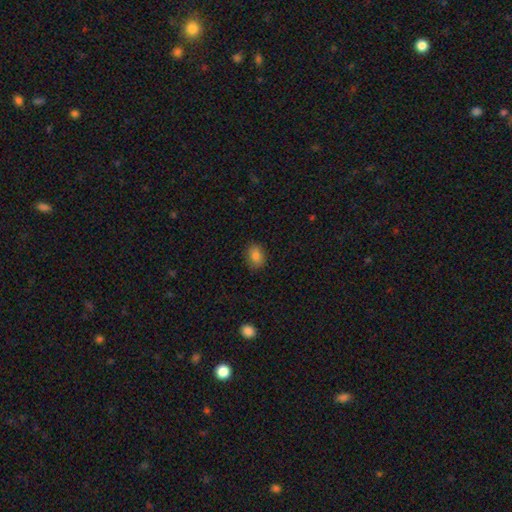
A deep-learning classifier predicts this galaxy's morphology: smooth_or_featured: smooth (p=0.83) [alt: star or artifact p=0.10]
how_rounded: in between (p=0.63) [alt: round p=0.36]
merging: none (p=0.85) [alt: minor disturbance p=0.11]